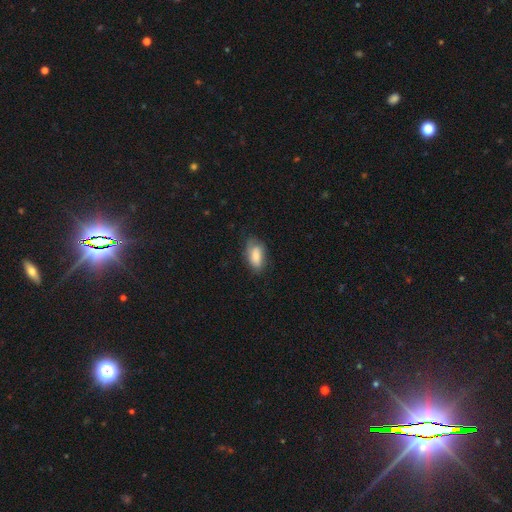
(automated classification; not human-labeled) Morphology: type=smooth (80%); roundness=in between (89%); merging=none (63%).